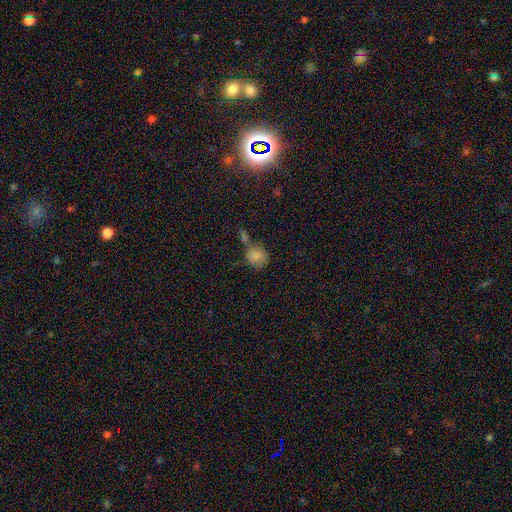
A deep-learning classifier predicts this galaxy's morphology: smooth-or-featured: smooth: 77% | star or artifact: 12% | featured or disk: 11%
  how-rounded: round: 66% | in between: 32% | cigar-shaped: 2%
  merging: merger: 34% (tied) | none: 34% (tied) | minor disturbance: 18% | major disturbance: 13%